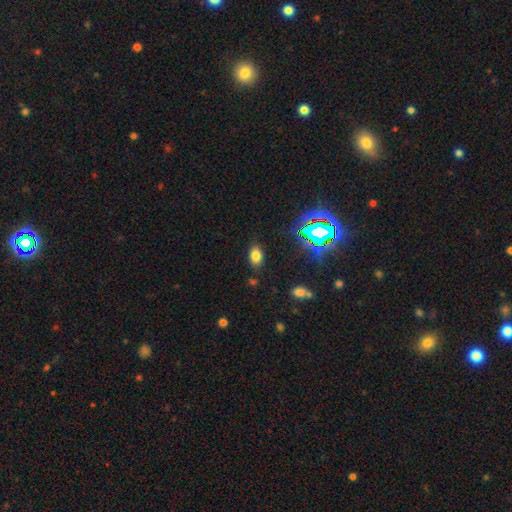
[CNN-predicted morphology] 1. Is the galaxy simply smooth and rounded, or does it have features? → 74% smooth, 18% star or artifact, 8% featured or disk.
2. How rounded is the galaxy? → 87% in between, 11% round, 2% cigar-shaped.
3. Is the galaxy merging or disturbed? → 85% none, 10% minor disturbance, 3% major disturbance, 2% merger.